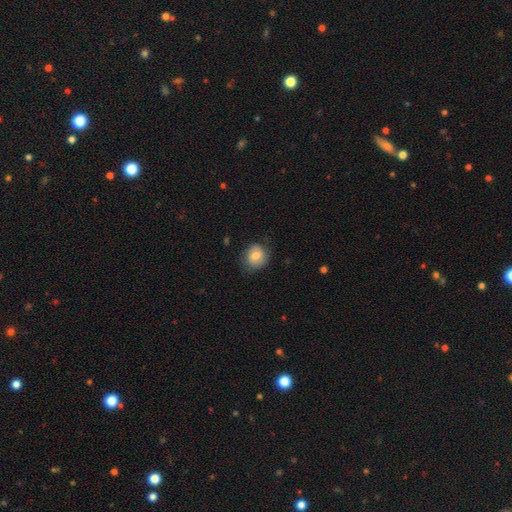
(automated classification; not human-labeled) Smooth or featured? Predicted: smooth (p=0.78). How rounded? Predicted: round (p=0.72). Merging? Predicted: none (p=0.75).